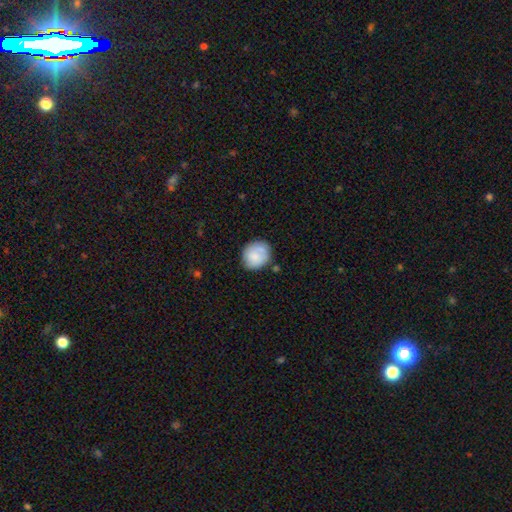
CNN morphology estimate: Smooth or featured? Predicted: smooth (p=0.80). How rounded? Predicted: round (p=0.72). Merging? Predicted: none (p=0.69).